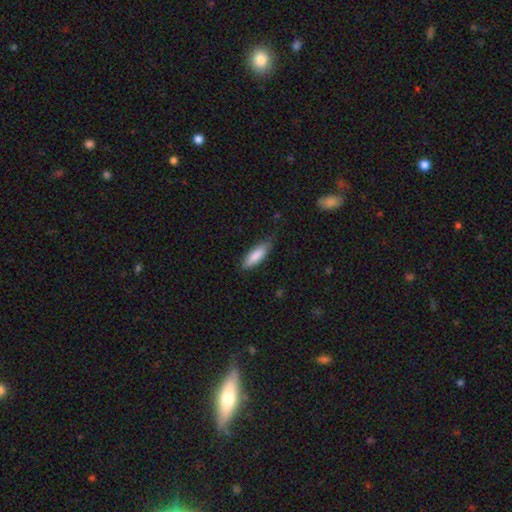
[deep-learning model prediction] smooth 84%, featured or disk 11%, star or artifact 5%. Down the decision tree: how rounded — cigar-shaped (52%); merging — none (74%).